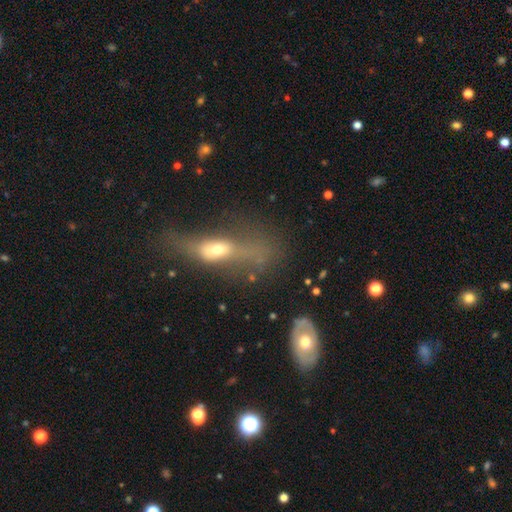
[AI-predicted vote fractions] Smooth or featured? featured or disk (45%)
Merging? major disturbance (41%)